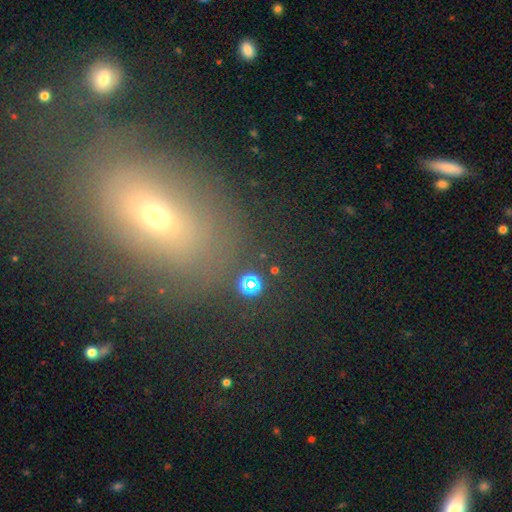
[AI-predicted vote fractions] The model was most divided on "smooth or featured": smooth: 50%, star or artifact: 27%, featured or disk: 23%. More confident: merging — none (74%).